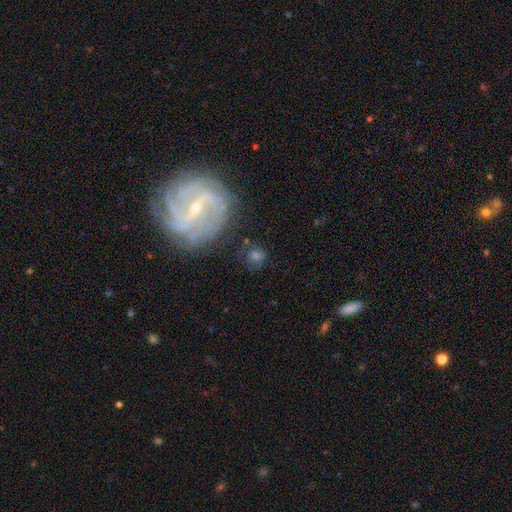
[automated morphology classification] Smooth or featured? Predicted: featured or disk (p=0.51). Edge-on disk? Predicted: no (p=0.94). Merging? Predicted: none (p=0.75).